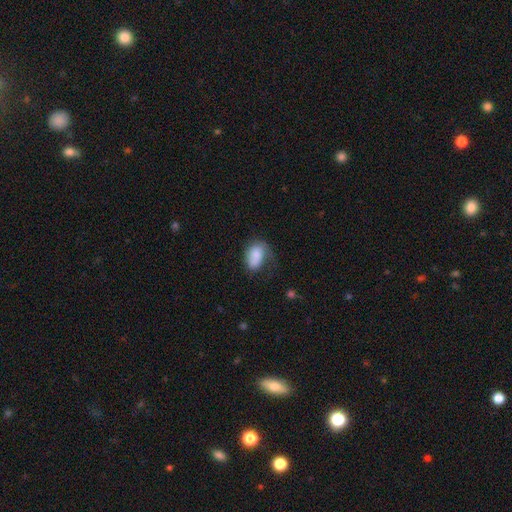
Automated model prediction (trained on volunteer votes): Smooth or featured: smooth — 77% (featured or disk — 15%)
How rounded: in between — 87% (round — 11%)
Merging: none — 38% (minor disturbance — 33%)